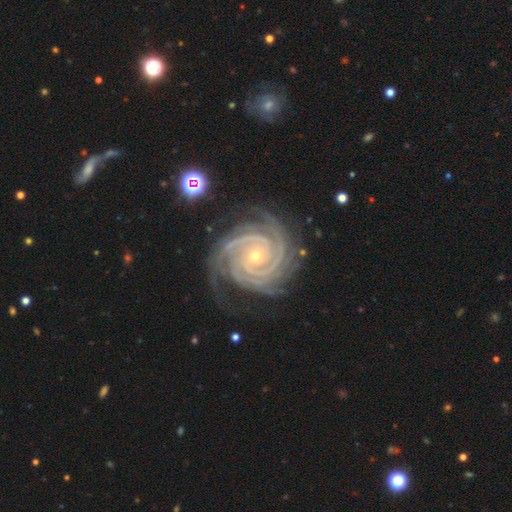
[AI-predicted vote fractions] Smooth or featured? featured or disk (93%)
Edge-on disk? no (98%)
Bar? no (71%)
Spiral arms? yes (99%)
Spiral winding? tight (85%)
Spiral arm count? 3 (29%)
Bulge size? small (78%)
Merging? none (75%)